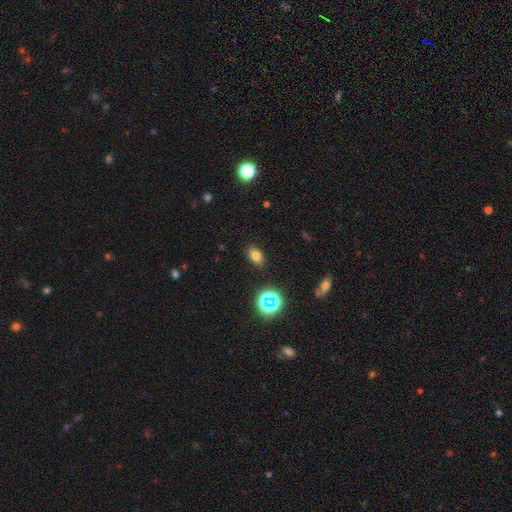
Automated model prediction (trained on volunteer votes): The model was most divided on "smooth or featured": smooth: 74%, star or artifact: 17%, featured or disk: 9%. More confident: merging — none (88%); how rounded — in between (83%).